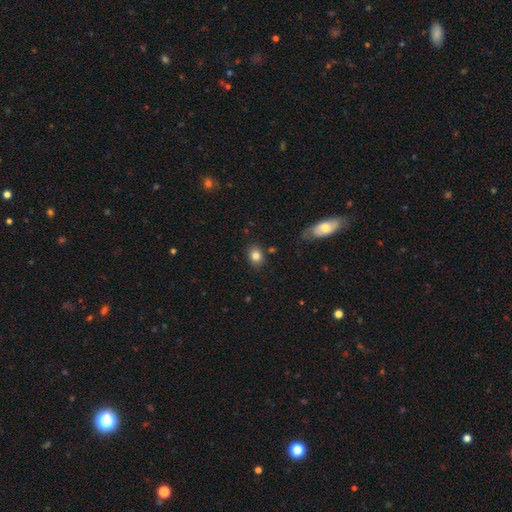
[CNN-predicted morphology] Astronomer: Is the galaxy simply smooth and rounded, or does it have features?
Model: smooth — 83%.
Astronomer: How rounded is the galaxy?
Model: in between — 55% (runner-up: round, 44%).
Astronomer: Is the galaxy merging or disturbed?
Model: none — 83%.